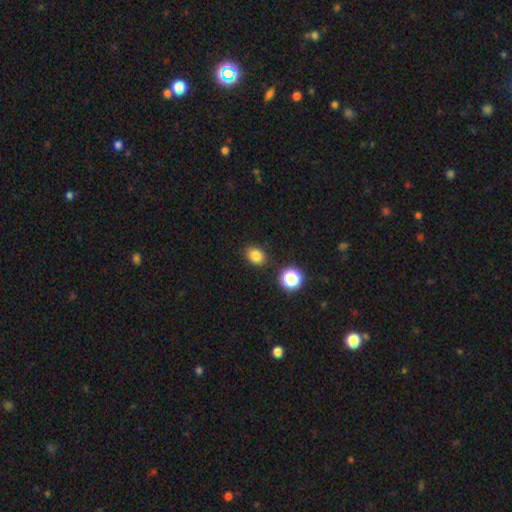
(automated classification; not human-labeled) This is clearly a smooth galaxy (81%). How rounded: possibly in between (58%). Merging: clearly none (85%).